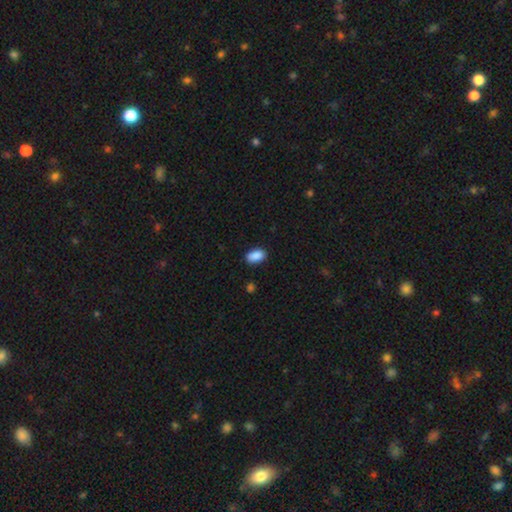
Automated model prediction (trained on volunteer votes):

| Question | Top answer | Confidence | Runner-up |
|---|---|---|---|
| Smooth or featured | smooth | 90% | star or artifact (8%) |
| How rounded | in between | 92% | round (6%) |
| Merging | none | 86% | minor disturbance (11%) |